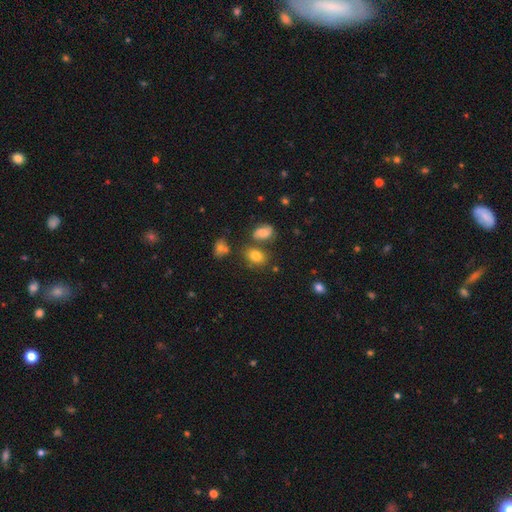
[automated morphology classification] smooth-or-featured: smooth: 78% | star or artifact: 11% | featured or disk: 11%
  how-rounded: in between: 70% | round: 29% | cigar-shaped: 1%
  merging: none: 65% | merger: 16% | minor disturbance: 14% | major disturbance: 5%